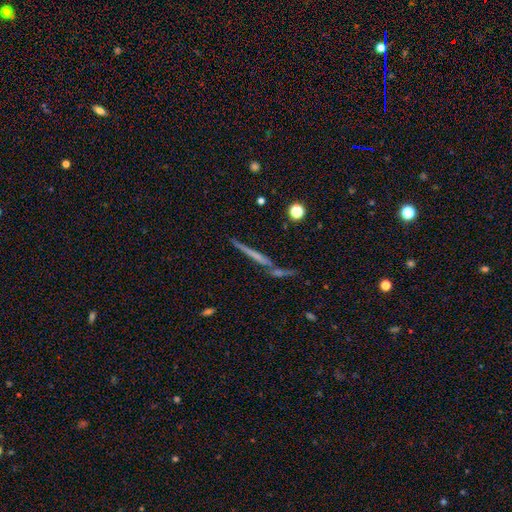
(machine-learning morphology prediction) This is possibly a featured or disk galaxy (55%). It is clearly viewed edge-on (94%). Edge-on bulge: likely none (76%). Merging: likely none (68%).